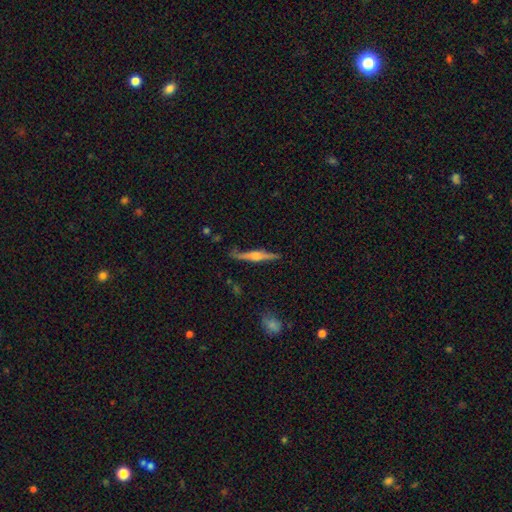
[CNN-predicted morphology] This appears to be a featured or disk galaxy (75%) viewed edge-on (97%) with a rounded central bulge (85%). Merging: none (85%).